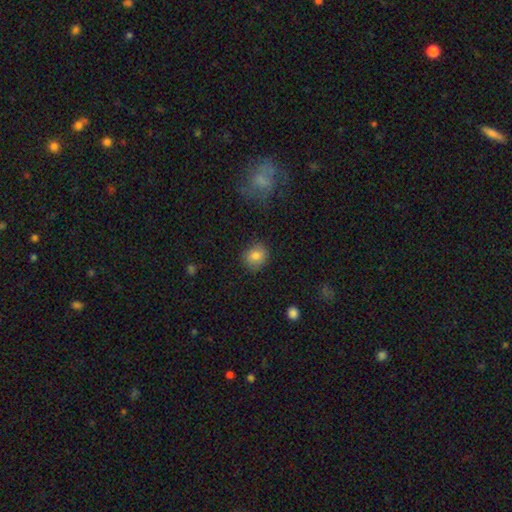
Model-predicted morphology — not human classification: smooth_or_featured: smooth (p=0.82) [alt: star or artifact p=0.10]
how_rounded: round (p=0.77) [alt: in between p=0.22]
merging: none (p=0.86) [alt: minor disturbance p=0.10]